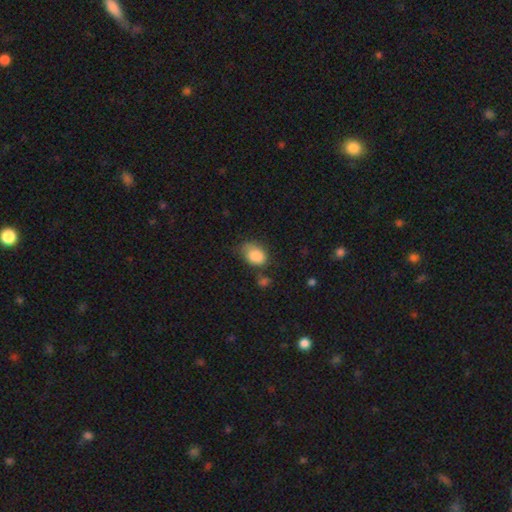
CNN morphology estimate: Smooth or featured? smooth (85%)
How rounded? in between (75%)
Merging? none (46%)